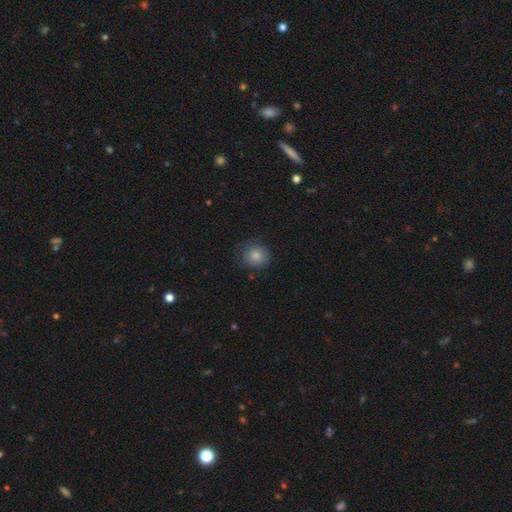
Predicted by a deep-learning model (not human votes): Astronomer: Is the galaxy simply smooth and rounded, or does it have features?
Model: smooth — 83%.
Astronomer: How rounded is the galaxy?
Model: round — 82%.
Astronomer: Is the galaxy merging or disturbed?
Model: none — 75%.